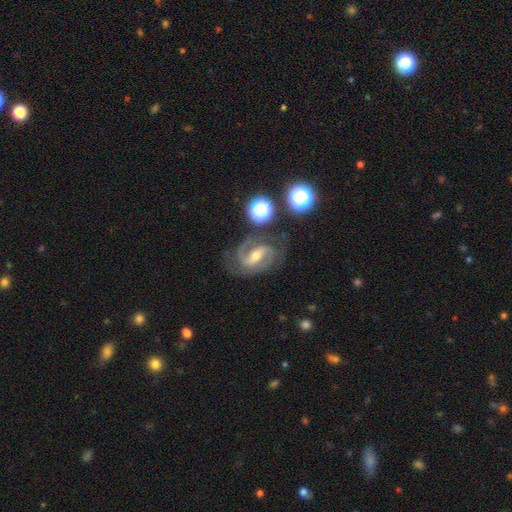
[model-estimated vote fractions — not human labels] This appears to be a featured or disk galaxy (87%) with a strong bar (47%), 2 (86%) medium (56%) spiral arms (97%) and a moderate central bulge (56%). Merging: none (76%).